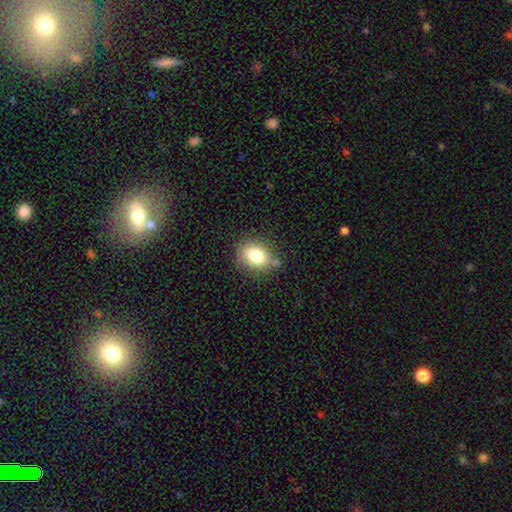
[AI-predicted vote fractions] smooth-or-featured: smooth: 78% | star or artifact: 11% | featured or disk: 11%
  how-rounded: round: 50% | in between: 49% | cigar-shaped: 1%
  merging: none: 76% | minor disturbance: 15% | merger: 4% | major disturbance: 4%